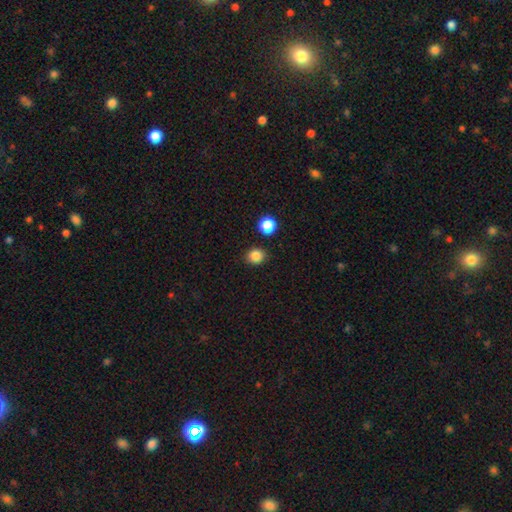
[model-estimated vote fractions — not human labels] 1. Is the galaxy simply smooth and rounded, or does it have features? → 85% smooth, 12% star or artifact, 4% featured or disk.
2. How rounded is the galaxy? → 80% round, 19% in between, 1% cigar-shaped.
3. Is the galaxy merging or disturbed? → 86% none, 8% minor disturbance, 3% merger, 2% major disturbance.